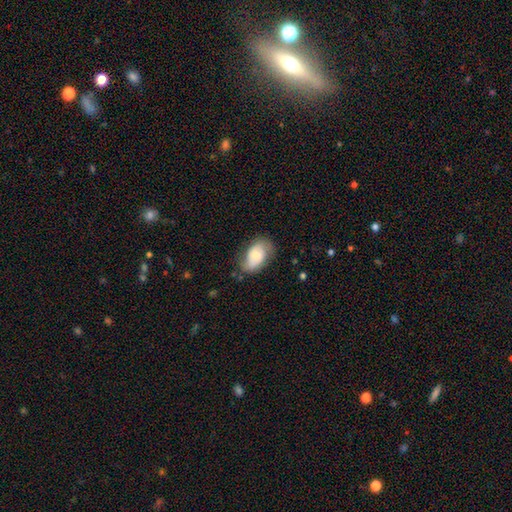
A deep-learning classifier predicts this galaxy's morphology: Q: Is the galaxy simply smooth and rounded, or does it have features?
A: smooth — 67%.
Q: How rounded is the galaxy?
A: in between — 92%.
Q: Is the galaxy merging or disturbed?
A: none — 63%.